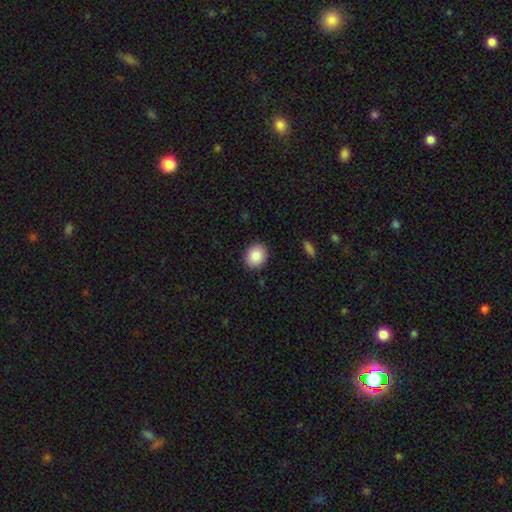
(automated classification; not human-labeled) This is clearly a smooth galaxy (87%). How rounded: likely round (63%). Merging: clearly none (90%).